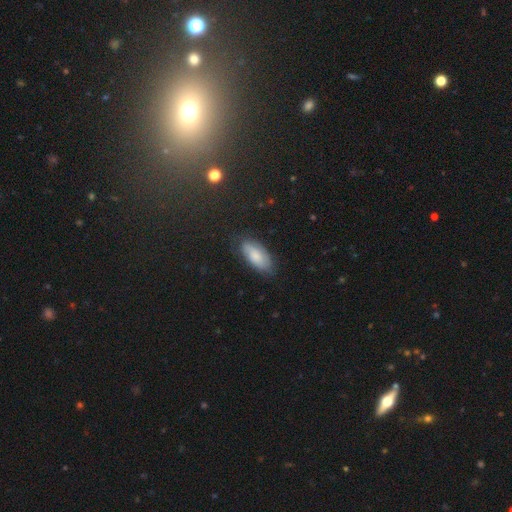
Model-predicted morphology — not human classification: Smooth or featured?
  - smooth: 66% *
  - featured or disk: 26%
  - star or artifact: 8%
How rounded?
  - in between: 88% *
  - cigar-shaped: 10%
  - round: 2%
Merging?
  - none: 73% *
  - minor disturbance: 21%
  - major disturbance: 5%
  - merger: 1%